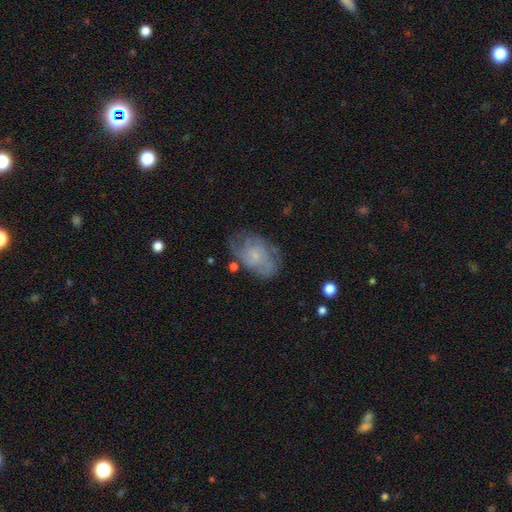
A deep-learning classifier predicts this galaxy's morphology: Overall: featured or disk (65%; smooth 27%). Edge-on disk: no (97%). Bar: no (77%). Spiral arms: yes (84%). Spiral arm count: can't tell (41%; 2 29%). Spiral winding: tight (46%; medium 39%). Bulge size: small (70%). Merging: none (62%; minor disturbance 24%).